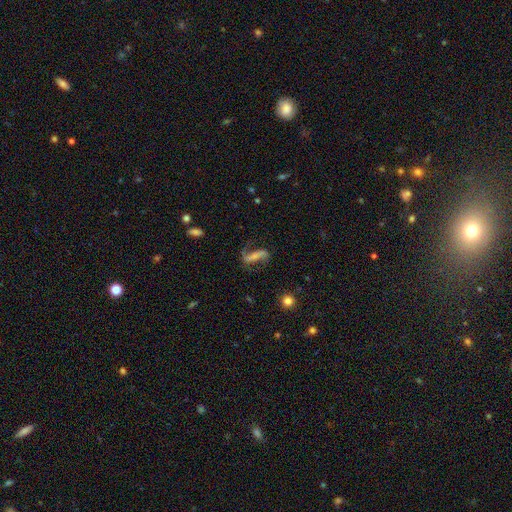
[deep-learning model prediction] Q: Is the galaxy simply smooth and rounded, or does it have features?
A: featured or disk — 77%.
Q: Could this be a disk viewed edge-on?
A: no — 93%.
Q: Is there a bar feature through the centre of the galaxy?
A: strong — 44%.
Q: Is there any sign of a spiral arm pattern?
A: yes — 93%.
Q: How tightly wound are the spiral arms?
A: loose — 63%.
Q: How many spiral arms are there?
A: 2 — 87%.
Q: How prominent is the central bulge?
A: small — 45%.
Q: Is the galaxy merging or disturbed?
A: none — 67%.